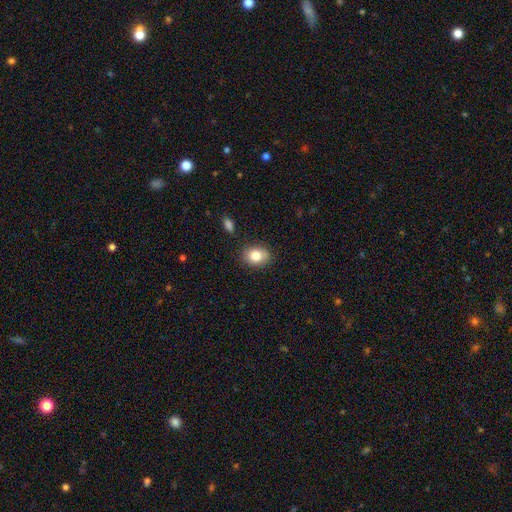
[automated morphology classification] smooth-or-featured: smooth: 82% | featured or disk: 9% | star or artifact: 9%
  how-rounded: in between: 60% | round: 39% | cigar-shaped: 1%
  merging: none: 84% | minor disturbance: 11% | major disturbance: 3% | merger: 2%